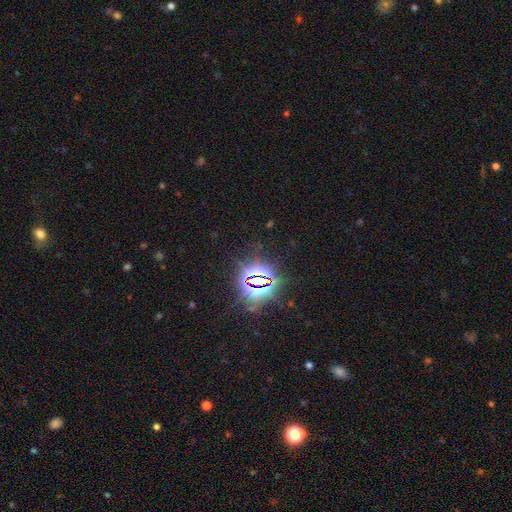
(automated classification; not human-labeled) A star or artifact, not a galaxy (85%).